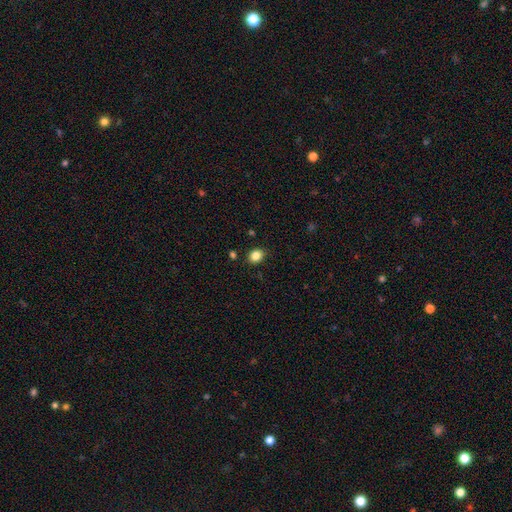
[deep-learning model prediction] smooth_or_featured: smooth (p=0.84) [alt: star or artifact p=0.11]
how_rounded: round (p=0.55) [alt: in between p=0.44]
merging: none (p=0.87) [alt: minor disturbance p=0.09]